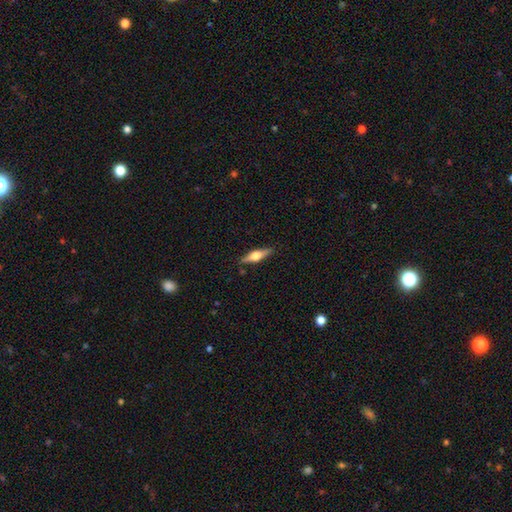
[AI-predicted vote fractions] This is possibly a featured or disk galaxy (56%). It is clearly viewed edge-on (95%). Edge-on bulge: clearly rounded (93%). Merging: clearly none (86%).